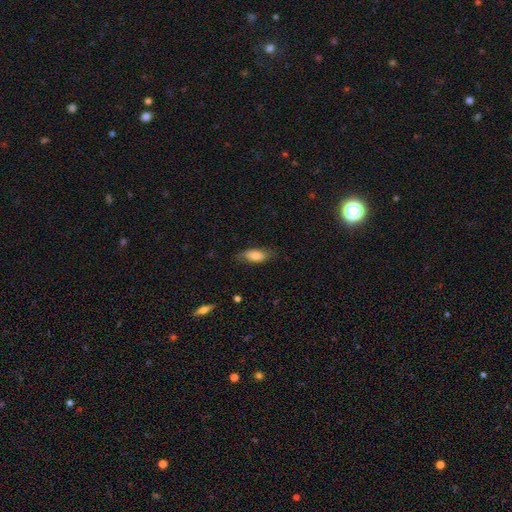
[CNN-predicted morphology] This appears to be a smooth galaxy with no disk features (80%) that is in between round and cigar-shaped (81%). Merging: none (74%).